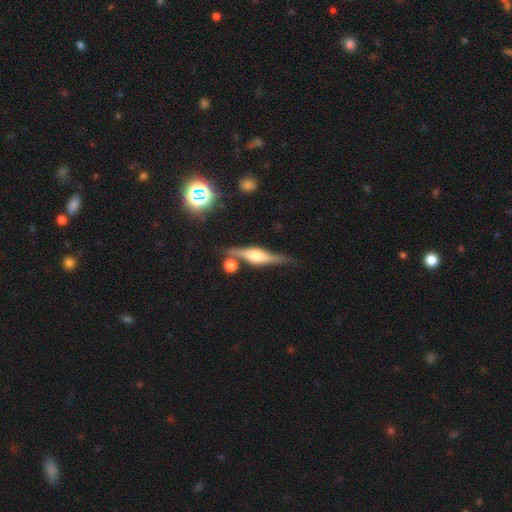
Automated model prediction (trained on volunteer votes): smooth-or-featured: featured or disk: 78% | smooth: 15% | star or artifact: 6%
  disk-edge-on: yes: 97% | no: 3%
    edge-on-bulge: rounded: 85% | boxy: 13% | none: 2%
  merging: none: 77% | minor disturbance: 12% | merger: 8% | major disturbance: 3%